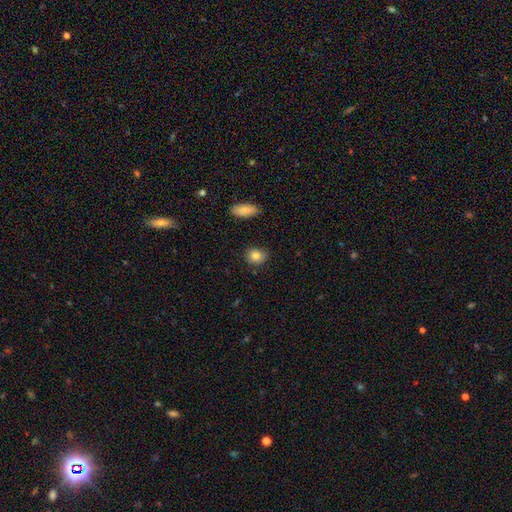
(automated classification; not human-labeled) A smooth galaxy with no disk features (83%) that is round (64%).

Vote fractions:
- Smooth or featured? smooth: 83% / star or artifact: 9% / featured or disk: 8%
- How rounded? round: 64% / in between: 34% / cigar-shaped: 1%
- Merging? none: 87% / minor disturbance: 9% / major disturbance: 2% / merger: 2%